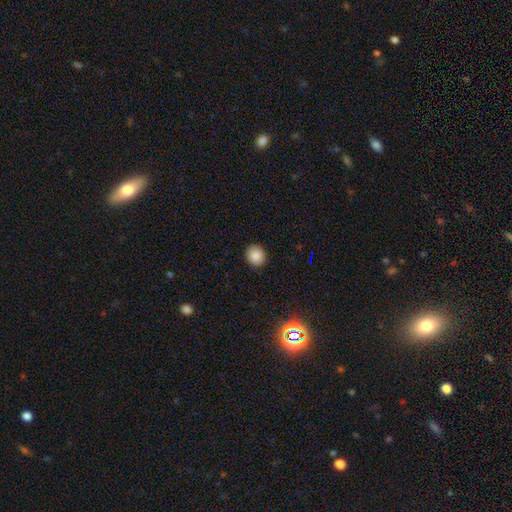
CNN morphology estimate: Smooth or featured? smooth (85%)
How rounded? round (81%)
Merging? none (90%)